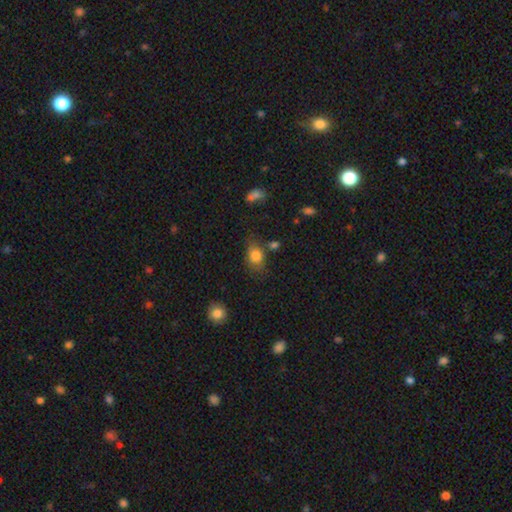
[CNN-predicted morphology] Q: Smooth or featured?
A: smooth (81%); runner-up: star or artifact (10%)
Q: How rounded?
A: in between (71%); runner-up: round (27%)
Q: Merging?
A: none (66%); runner-up: minor disturbance (21%)